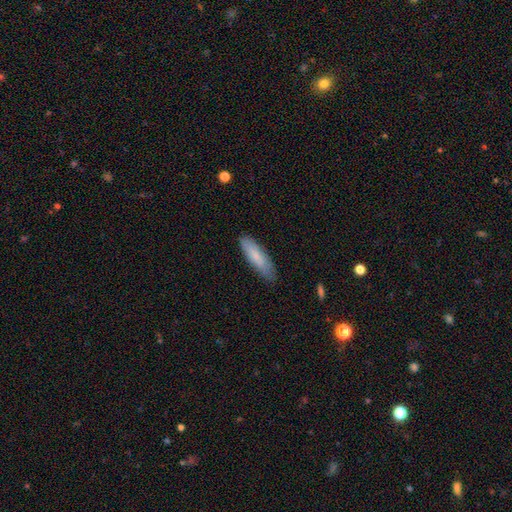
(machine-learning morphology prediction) This appears to be a smooth galaxy with no disk features (79%) that is cigar-shaped (60%). Merging: none (78%).